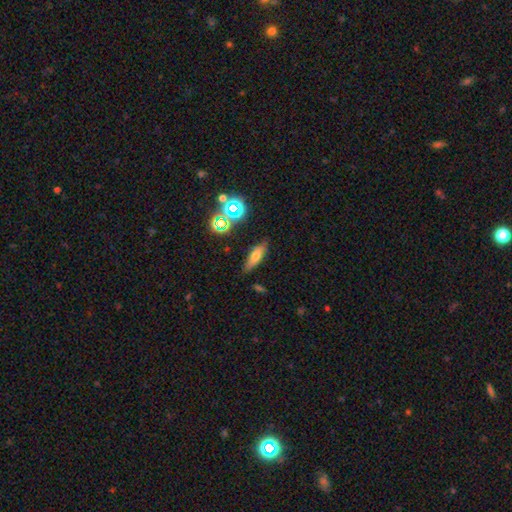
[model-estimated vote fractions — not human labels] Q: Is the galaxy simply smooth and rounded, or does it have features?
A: smooth — 61%.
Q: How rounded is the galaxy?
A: cigar-shaped — 50%.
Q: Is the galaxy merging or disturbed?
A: none — 82%.